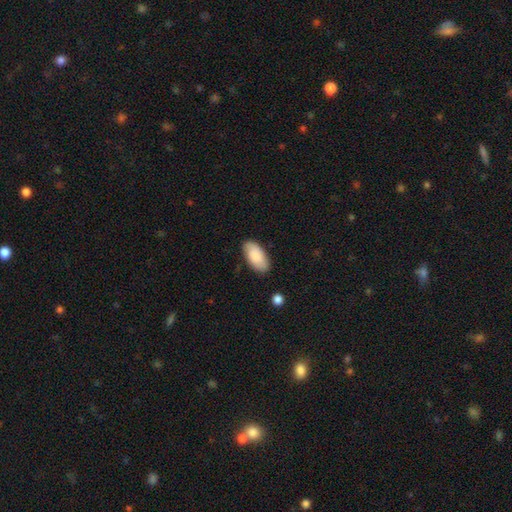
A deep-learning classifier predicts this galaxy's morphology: Q: Smooth or featured?
A: smooth (85%); runner-up: featured or disk (9%)
Q: How rounded?
A: in between (94%); runner-up: cigar-shaped (4%)
Q: Merging?
A: none (83%); runner-up: minor disturbance (13%)